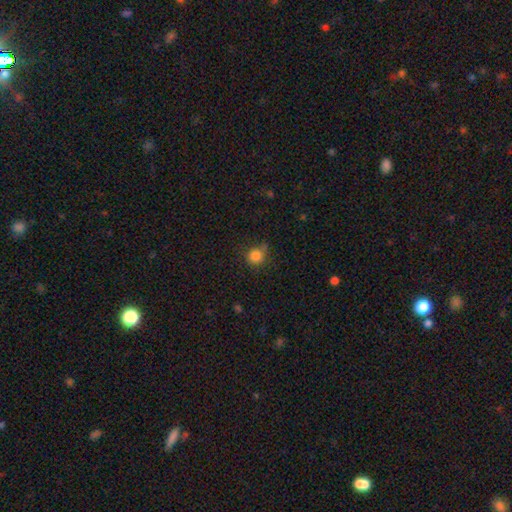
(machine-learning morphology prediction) smooth_or_featured: smooth (p=0.83) [alt: star or artifact p=0.12]
how_rounded: round (p=0.89) [alt: in between p=0.10]
merging: none (p=0.70) [alt: minor disturbance p=0.18]